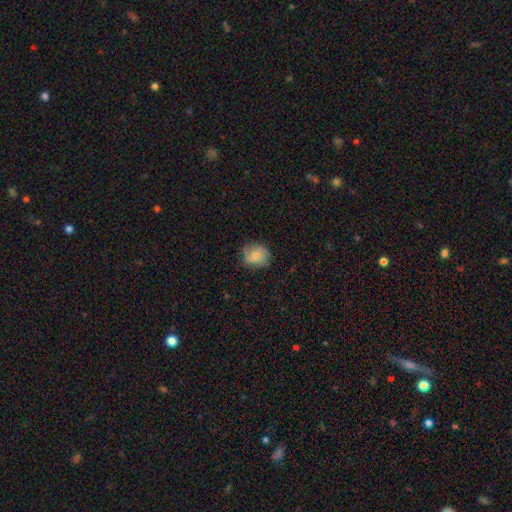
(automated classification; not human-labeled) smooth_or_featured: smooth (p=0.58) [alt: featured or disk p=0.33]
how_rounded: round (p=0.73) [alt: in between p=0.26]
merging: none (p=0.70) [alt: minor disturbance p=0.22]